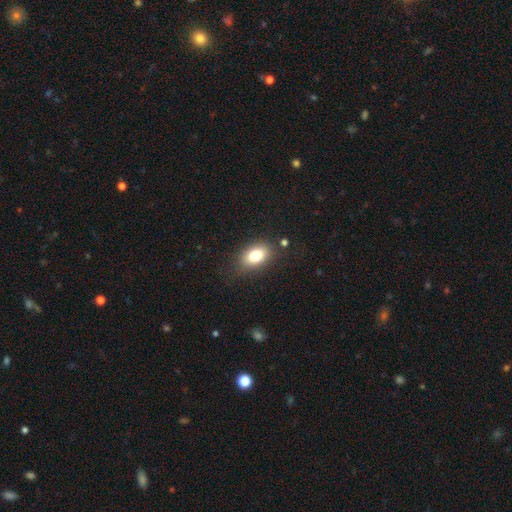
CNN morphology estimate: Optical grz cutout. It shows a smooth galaxy with no disk features (78%) that is in between round and cigar-shaped (83%). Merging: none (80%).